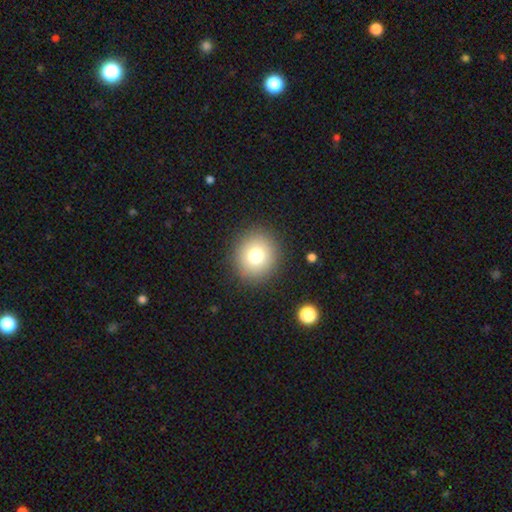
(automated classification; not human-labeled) Smooth or featured?
  - smooth: 76% *
  - star or artifact: 13%
  - featured or disk: 11%
How rounded?
  - round: 87% *
  - in between: 12%
  - cigar-shaped: 1%
Merging?
  - none: 90% *
  - minor disturbance: 7%
  - major disturbance: 3%
  - merger: 1%